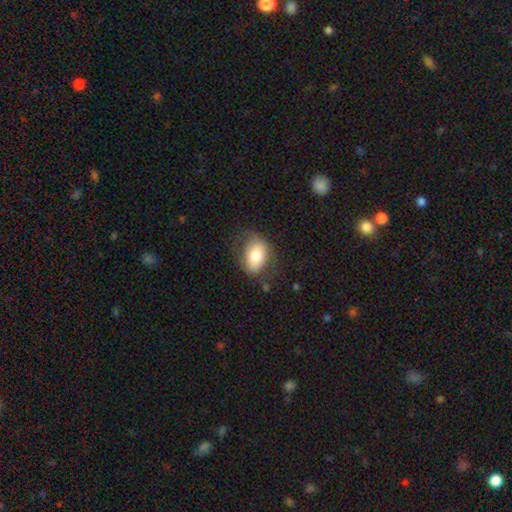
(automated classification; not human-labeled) The model was most divided on "merging": none: 66%, minor disturbance: 22%, major disturbance: 11%, merger: 2%. More confident: how rounded — in between (80%); smooth or featured — smooth (71%).